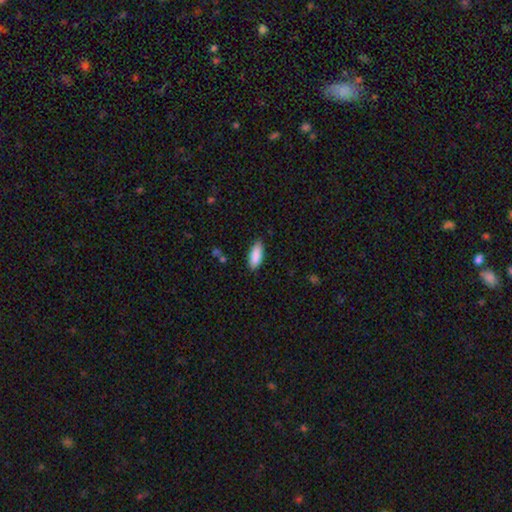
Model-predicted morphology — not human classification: A smooth galaxy with no disk features (89%) that is in between round and cigar-shaped (79%). Merging: none (85%).